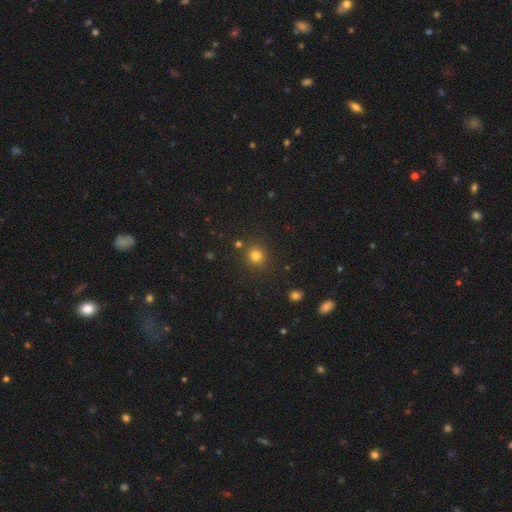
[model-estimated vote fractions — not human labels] This appears to be a smooth galaxy with no disk features (79%) that is round (90%). Merging: none (85%).